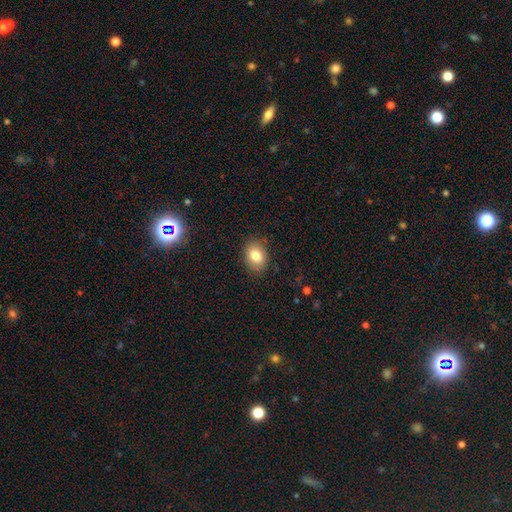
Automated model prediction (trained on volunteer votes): Q: Smooth or featured?
A: smooth (81%); runner-up: featured or disk (10%)
Q: How rounded?
A: in between (70%); runner-up: round (29%)
Q: Merging?
A: none (84%); runner-up: minor disturbance (12%)